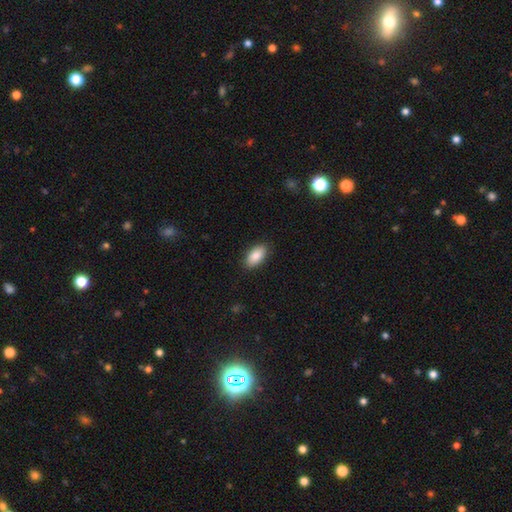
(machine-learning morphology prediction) This is clearly a smooth galaxy (87%). How rounded: clearly in between (93%). Merging: clearly none (89%).